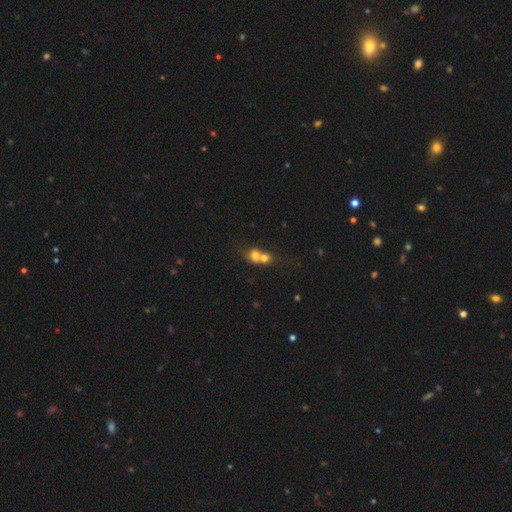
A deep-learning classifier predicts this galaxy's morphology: Smooth or featured: smooth — 68% (featured or disk — 20%)
How rounded: round — 68% (in between — 30%)
Merging: merger — 70% (none — 21%)